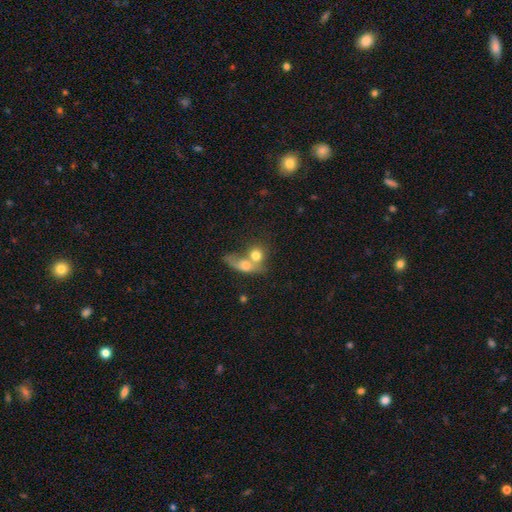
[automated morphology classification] This is likely a smooth galaxy (72%). How rounded: likely round (67%). Merging: likely merger (65%).